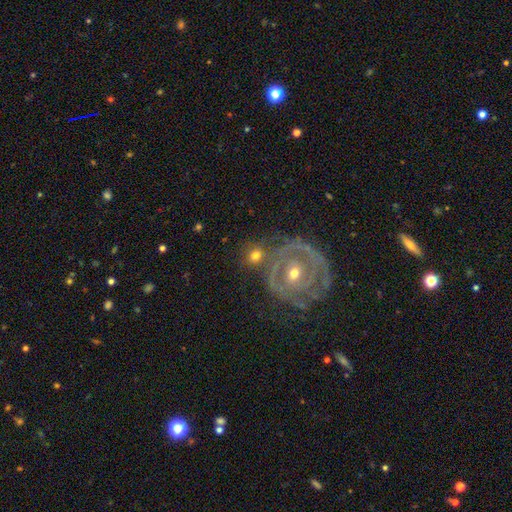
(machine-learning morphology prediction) type=smooth (57%); roundness=round (81%); merging=none (65%).